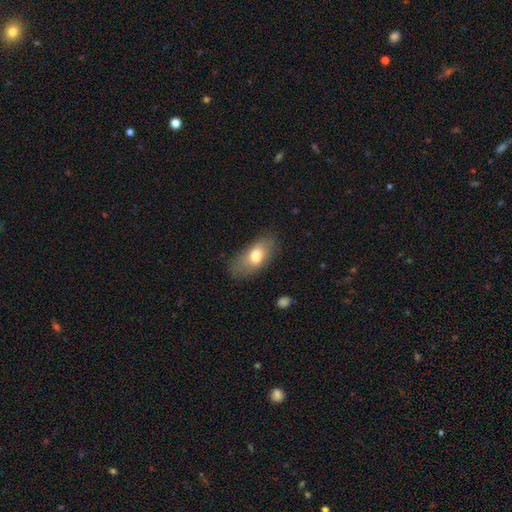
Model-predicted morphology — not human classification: smooth 73%, featured or disk 20%, star or artifact 7%. Down the decision tree: how rounded — in between (86%); merging — none (72%).